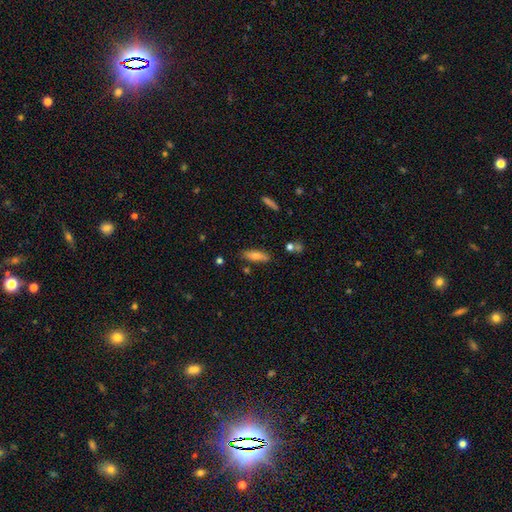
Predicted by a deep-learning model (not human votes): Morphology: type=smooth (70%); roundness=in between (52%); merging=none (80%).